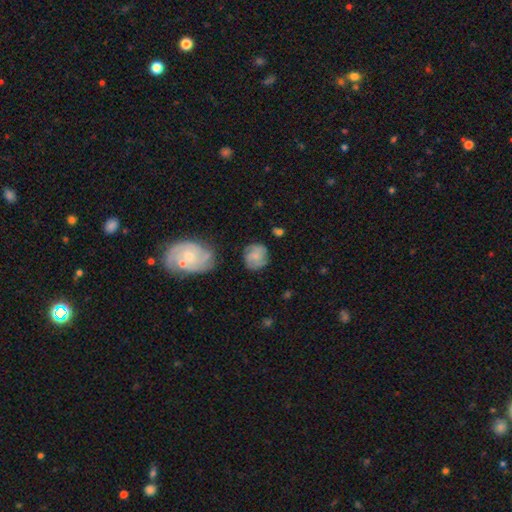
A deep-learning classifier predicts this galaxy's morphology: A featured or disk galaxy (53%) with no bar (71%), spiral arms (91%) and a small central bulge (52%).

Vote fractions:
- Smooth or featured? featured or disk: 53% / smooth: 39% / star or artifact: 8%
- Edge-on disk? no: 97% / yes: 3%
- Bar? no: 71% / weak: 25% / strong: 4%
- Spiral arms? yes: 91% / no: 9%
- Bulge size? small: 52% / none: 23% / moderate: 22% / large: 3% / dominant: 1%
- Merging? none: 72% / minor disturbance: 18% / major disturbance: 7% / merger: 4%